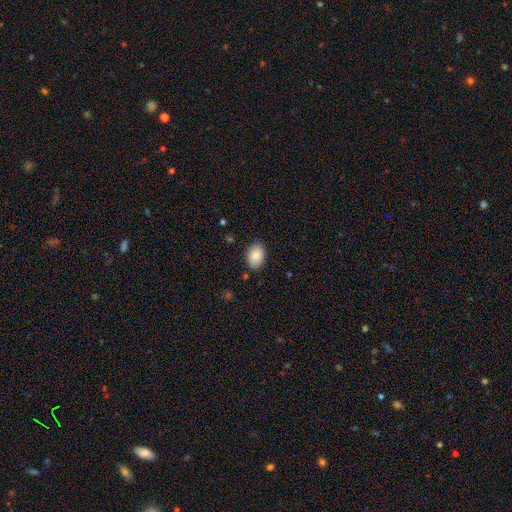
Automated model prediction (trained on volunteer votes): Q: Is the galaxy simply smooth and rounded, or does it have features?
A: smooth — 86%.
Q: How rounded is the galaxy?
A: in between — 81%.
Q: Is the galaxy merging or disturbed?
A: none — 83%.